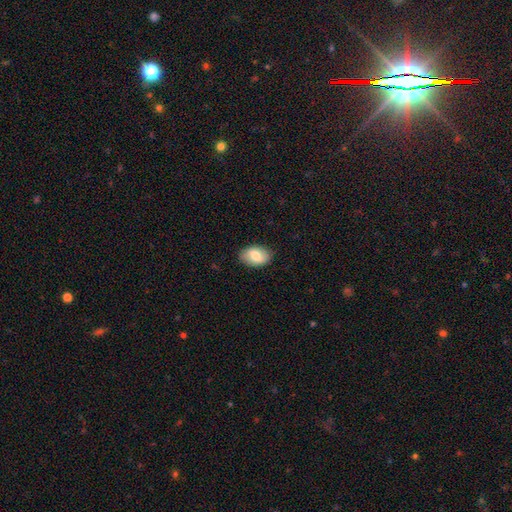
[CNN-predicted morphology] smooth 77%, featured or disk 17%, star or artifact 7%. Down the decision tree: how rounded — in between (88%); merging — none (86%).